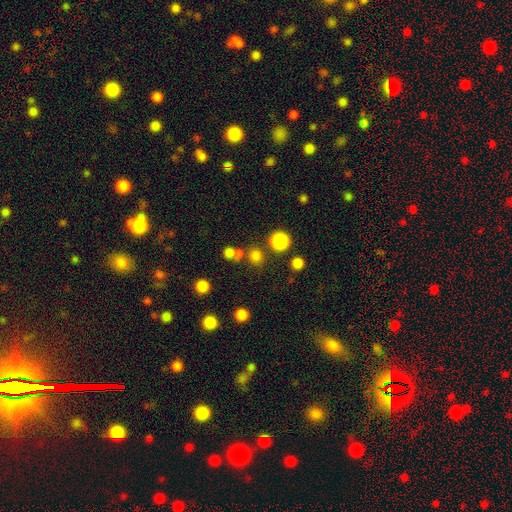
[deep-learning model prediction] Smooth or featured? smooth (74%)
How rounded? round (88%)
Merging? none (69%)